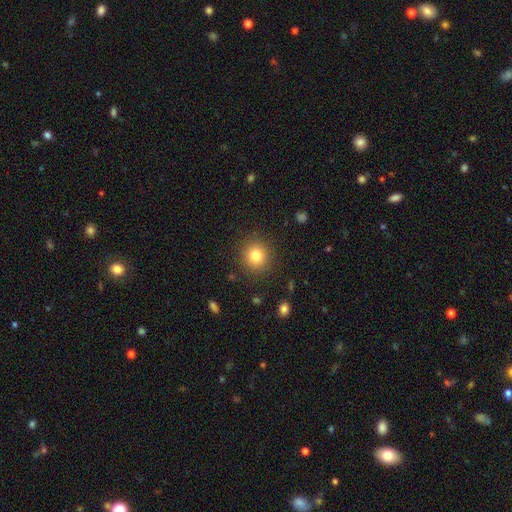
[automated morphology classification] Smooth or featured?
  - smooth: 80% *
  - star or artifact: 12%
  - featured or disk: 8%
How rounded?
  - round: 92% *
  - in between: 7%
  - cigar-shaped: 1%
Merging?
  - none: 89% *
  - minor disturbance: 7%
  - major disturbance: 3%
  - merger: 1%